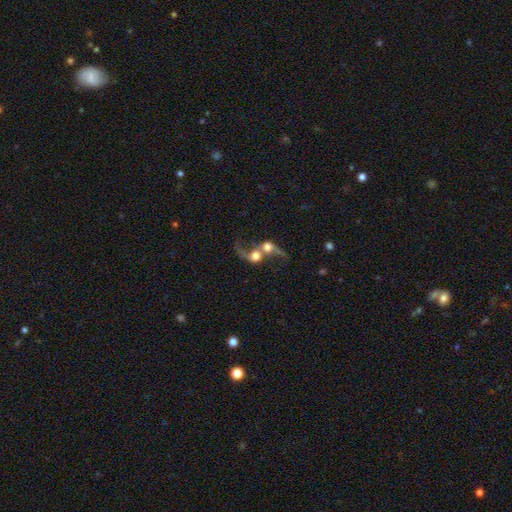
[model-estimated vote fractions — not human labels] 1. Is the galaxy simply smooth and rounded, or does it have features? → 52% featured or disk, 36% smooth, 11% star or artifact.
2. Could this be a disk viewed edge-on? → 94% no, 6% yes.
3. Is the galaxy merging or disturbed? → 78% merger, 10% none, 8% major disturbance, 4% minor disturbance.